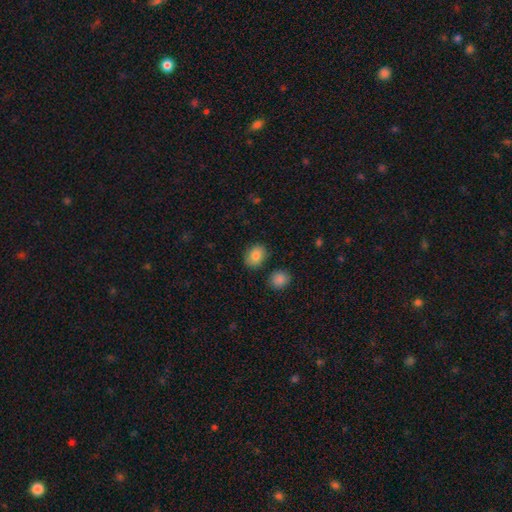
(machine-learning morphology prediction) Smooth or featured? smooth (85%)
How rounded? in between (56%)
Merging? none (83%)